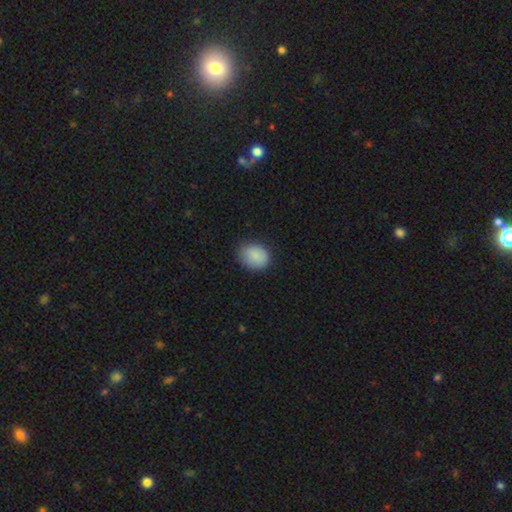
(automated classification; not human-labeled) smooth-or-featured: smooth: 87% | star or artifact: 8% | featured or disk: 5%
  how-rounded: round: 52% | in between: 47% | cigar-shaped: 1%
  merging: none: 77% | minor disturbance: 18% | major disturbance: 4% | merger: 1%